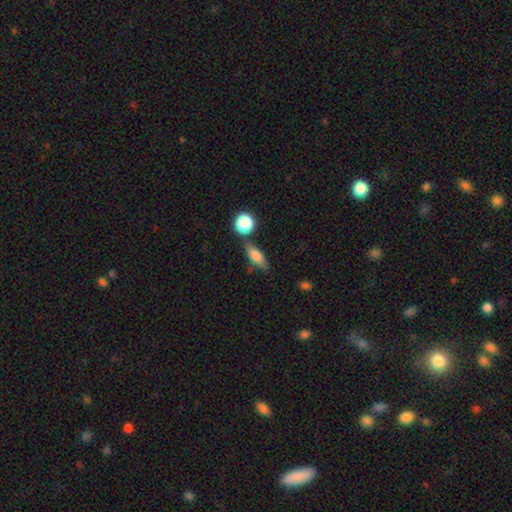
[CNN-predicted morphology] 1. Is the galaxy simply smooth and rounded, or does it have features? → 75% smooth, 17% featured or disk, 9% star or artifact.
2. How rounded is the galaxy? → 64% in between, 28% cigar-shaped, 8% round.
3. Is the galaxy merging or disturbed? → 65% none, 17% minor disturbance, 13% merger, 5% major disturbance.